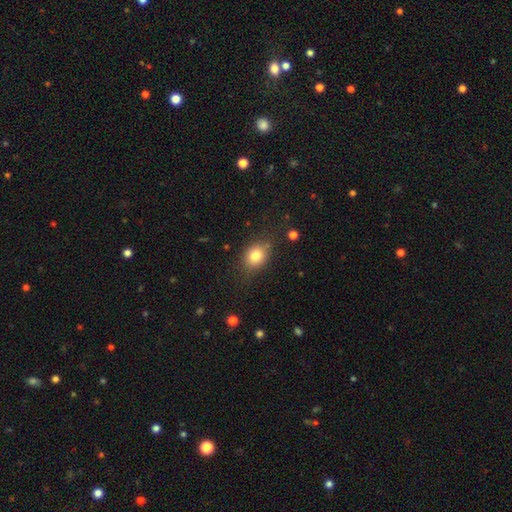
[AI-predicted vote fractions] smooth_or_featured: smooth (p=0.80) [alt: star or artifact p=0.10]
how_rounded: in between (p=0.52) [alt: round p=0.47]
merging: none (p=0.74) [alt: minor disturbance p=0.18]